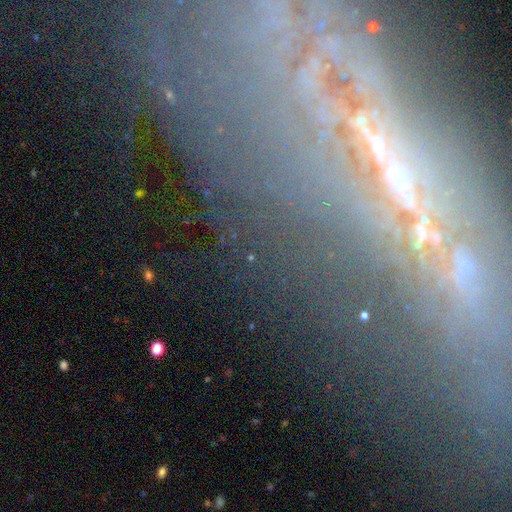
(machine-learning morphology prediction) This appears to be a featured or disk galaxy (46%). Merging: none (71%).